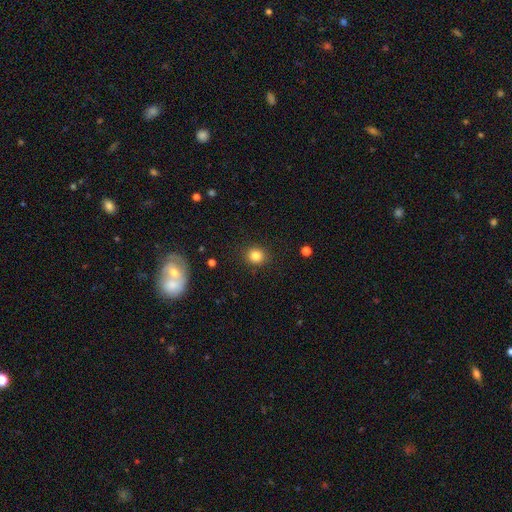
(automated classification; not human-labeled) Overall: smooth (83%). How rounded: round (86%). Merging: none (90%).